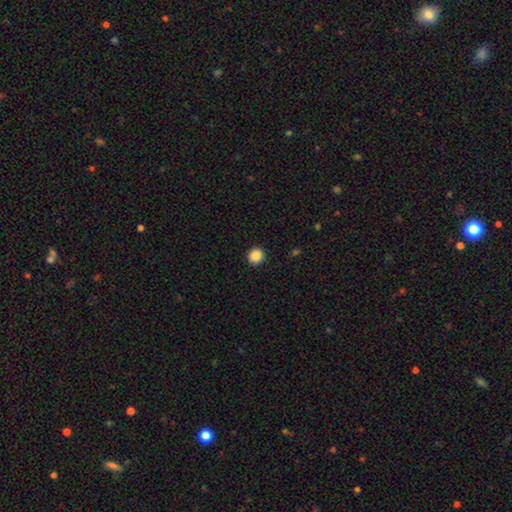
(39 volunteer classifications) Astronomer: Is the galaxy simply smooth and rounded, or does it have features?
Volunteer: smooth — 97%.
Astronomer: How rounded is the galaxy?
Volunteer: round — 92%.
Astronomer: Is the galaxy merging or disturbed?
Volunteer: none — 87%.